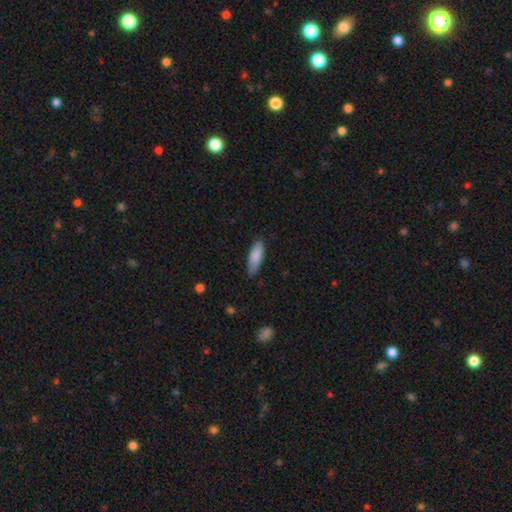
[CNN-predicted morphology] A smooth galaxy with no disk features (86%) that is in between round and cigar-shaped (58%). Merging: none (79%).